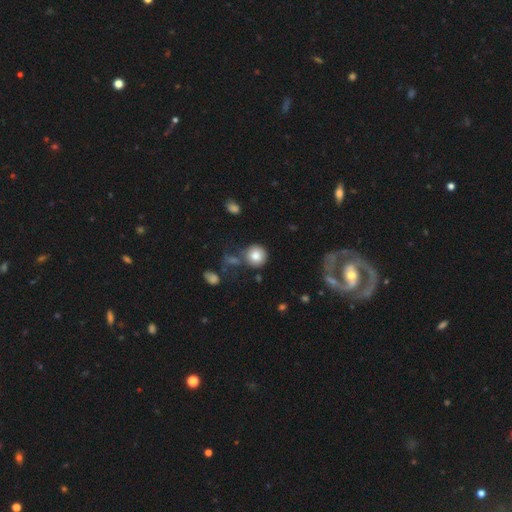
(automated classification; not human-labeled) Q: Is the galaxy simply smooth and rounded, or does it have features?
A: smooth — 83%.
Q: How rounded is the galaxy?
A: round — 91%.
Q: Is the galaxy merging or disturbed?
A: none — 67%.